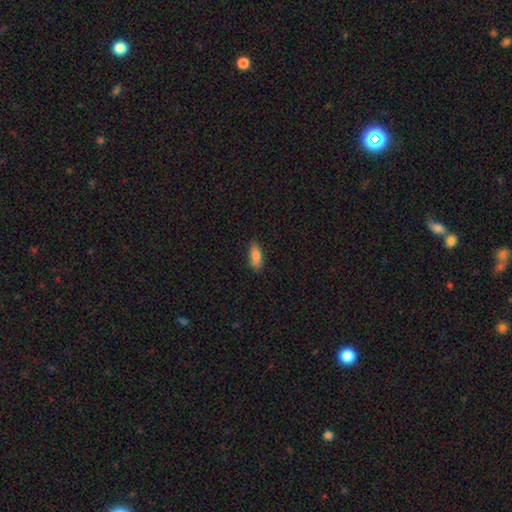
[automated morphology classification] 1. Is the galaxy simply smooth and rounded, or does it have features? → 81% smooth, 12% featured or disk, 7% star or artifact.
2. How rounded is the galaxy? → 78% in between, 20% cigar-shaped, 3% round.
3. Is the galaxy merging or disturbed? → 81% none, 15% minor disturbance, 3% major disturbance, 1% merger.